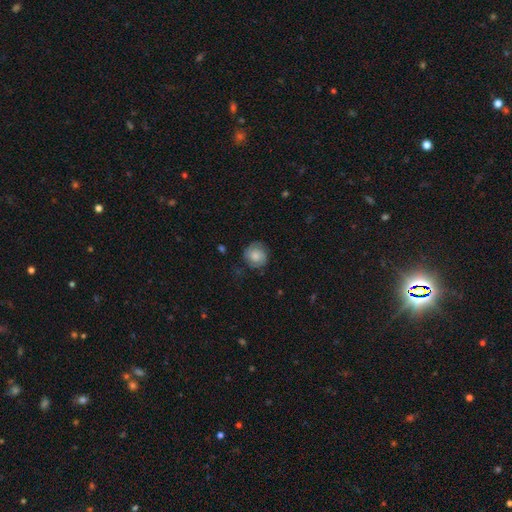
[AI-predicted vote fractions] Smooth or featured? smooth (64%)
How rounded? round (85%)
Merging? none (73%)